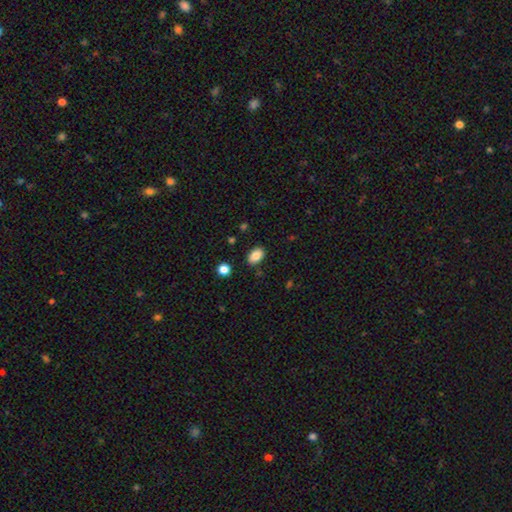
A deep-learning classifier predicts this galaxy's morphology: type=smooth (86%); roundness=in between (88%); merging=none (86%).